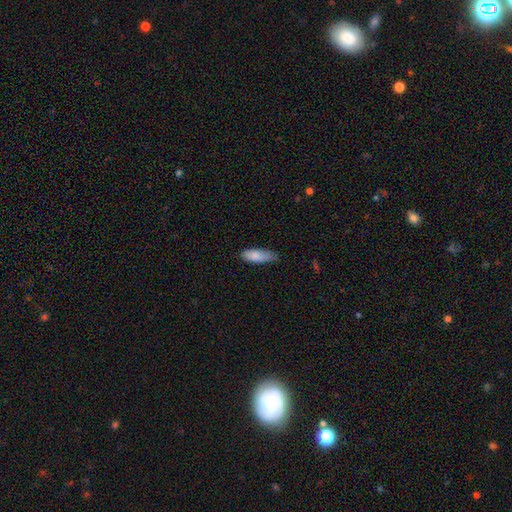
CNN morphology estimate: This appears to be a smooth galaxy with no disk features (84%) that is in between round and cigar-shaped (65%). Merging: none (60%).